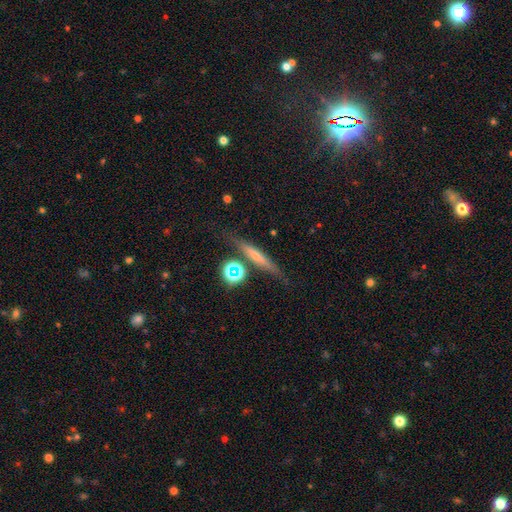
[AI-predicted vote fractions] A featured or disk galaxy (50%) viewed edge-on (89%). Merging: none (74%).